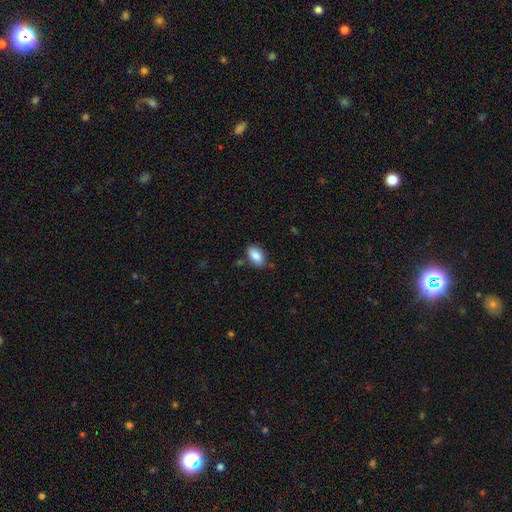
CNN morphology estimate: The model was most divided on "merging": none: 80%, minor disturbance: 14%, merger: 4%, major disturbance: 3%. More confident: how rounded — in between (92%); smooth or featured — smooth (87%).